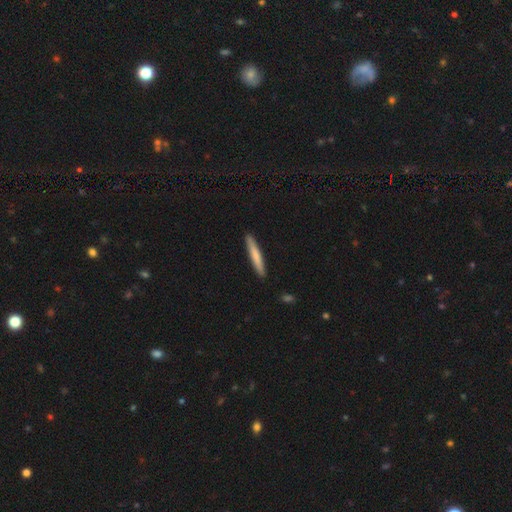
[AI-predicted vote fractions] smooth_or_featured: smooth (p=0.73) [alt: featured or disk p=0.22]
how_rounded: cigar-shaped (p=0.95) [alt: in between p=0.04]
merging: none (p=0.91) [alt: minor disturbance p=0.07]